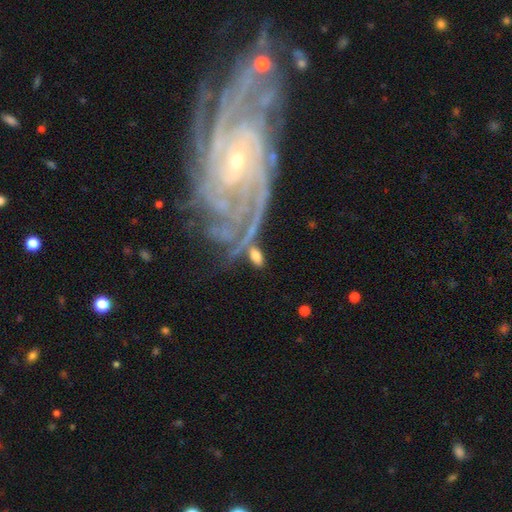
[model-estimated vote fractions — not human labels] Smooth or featured: smooth — 68% (featured or disk — 24%)
How rounded: in between — 80% (cigar-shaped — 13%)
Merging: none — 63% (minor disturbance — 16%)